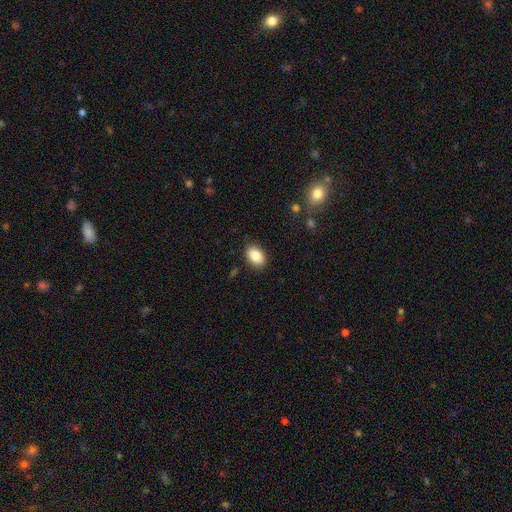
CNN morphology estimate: smooth 85%, star or artifact 8%, featured or disk 7%. Down the decision tree: how rounded — in between (86%); merging — none (87%).